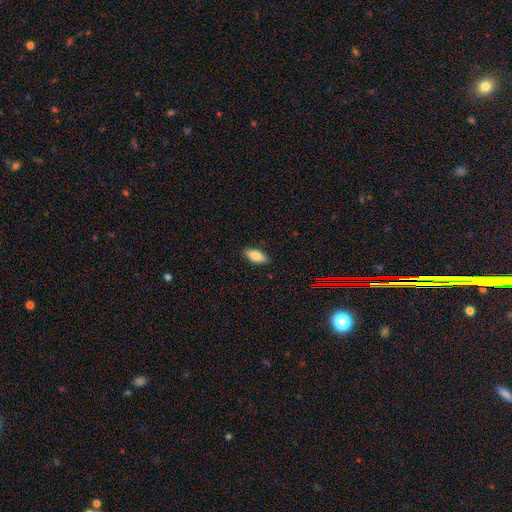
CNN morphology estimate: This appears to be a smooth galaxy with no disk features (83%) that is in between round and cigar-shaped (84%). Merging: none (87%).